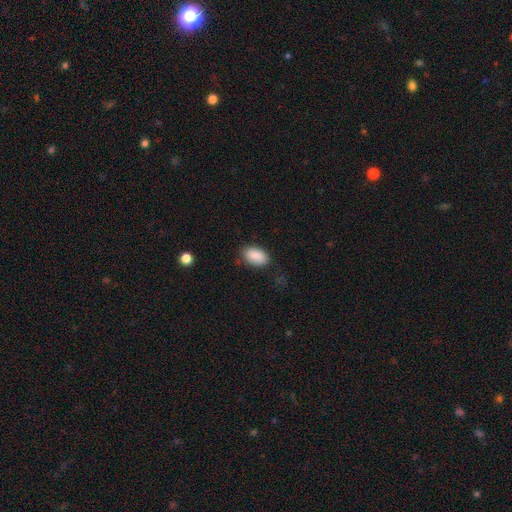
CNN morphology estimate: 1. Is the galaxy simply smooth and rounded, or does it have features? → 89% smooth, 7% star or artifact, 4% featured or disk.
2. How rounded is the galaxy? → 92% in between, 6% round, 2% cigar-shaped.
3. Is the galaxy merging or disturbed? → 79% none, 15% minor disturbance, 4% major disturbance, 2% merger.